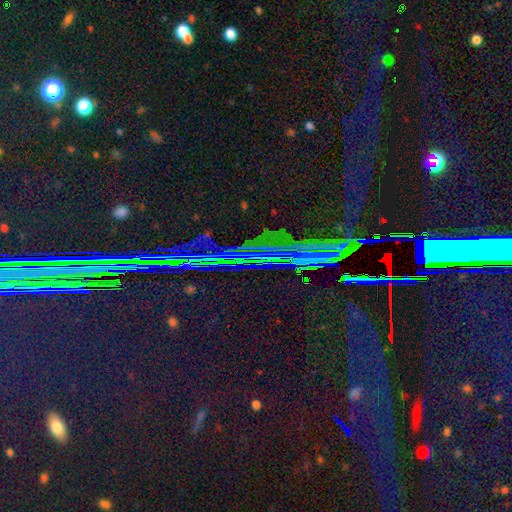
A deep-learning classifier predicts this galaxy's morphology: smooth-or-featured: star or artifact: 85% | featured or disk: 8% | smooth: 8%